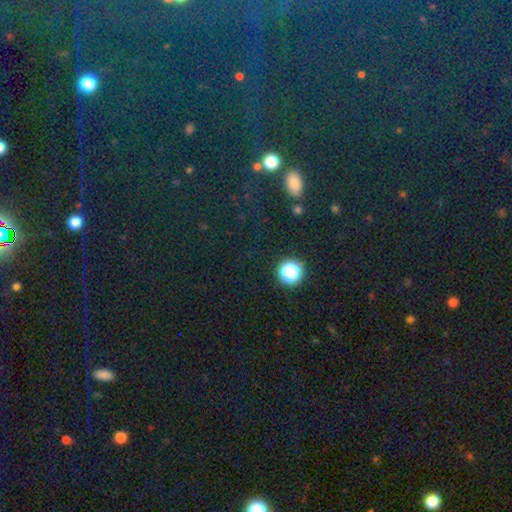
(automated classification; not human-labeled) Morphology: type=star or artifact (75%).